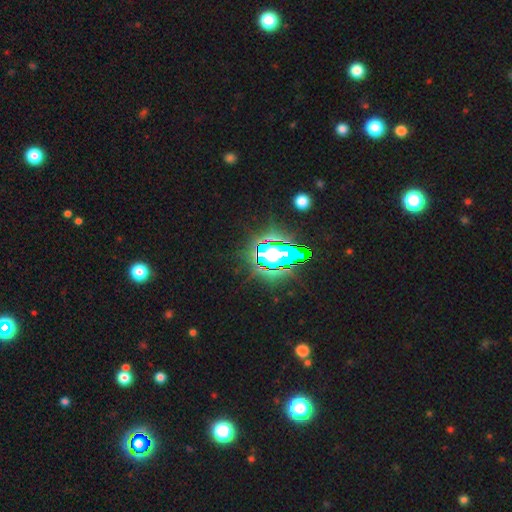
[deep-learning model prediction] smooth_or_featured: star or artifact (p=0.81) [alt: smooth p=0.11]